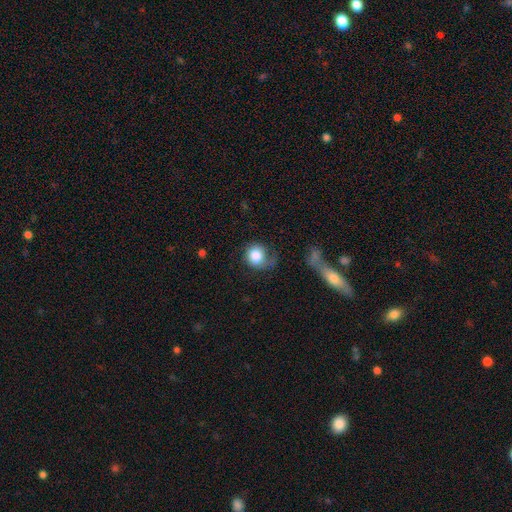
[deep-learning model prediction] A smooth galaxy with no disk features (79%) that is round (84%). Merging: none (46%).